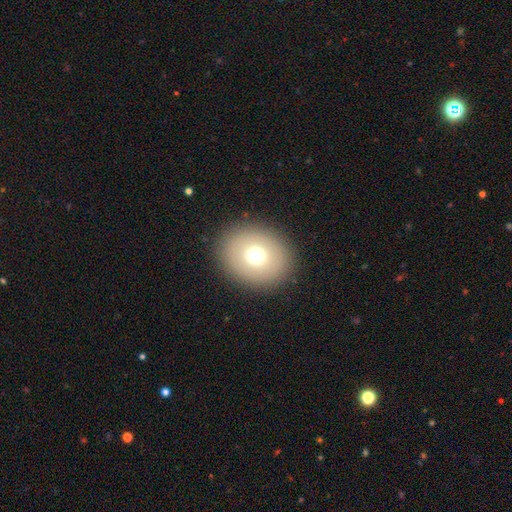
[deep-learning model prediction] This appears to be a smooth galaxy with no disk features (70%) that is round (59%). Merging: none (89%).